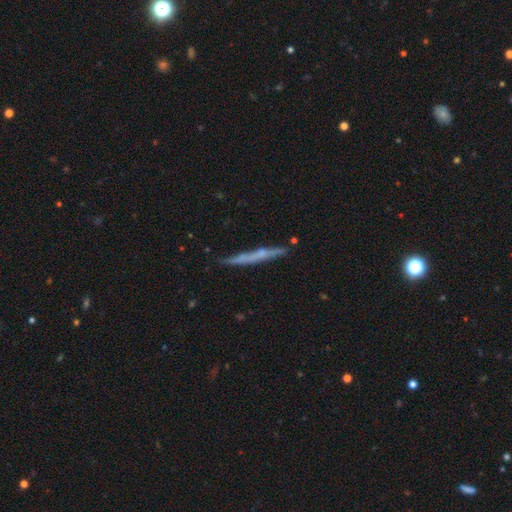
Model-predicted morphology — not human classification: The model was most divided on "smooth or featured": featured or disk: 56%, smooth: 37%, star or artifact: 7%. More confident: edge-on disk — yes (95%); merging — none (83%); edge-on bulge — none (66%).